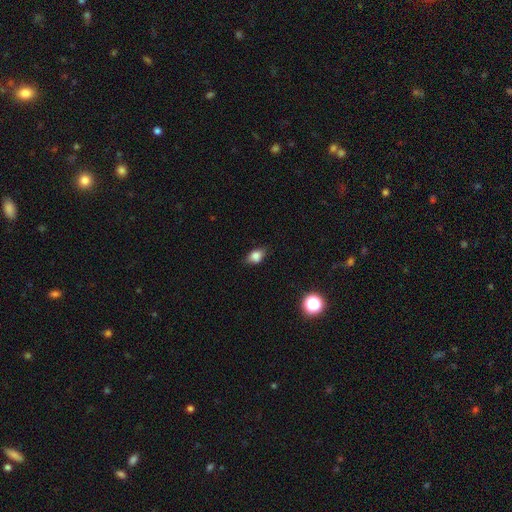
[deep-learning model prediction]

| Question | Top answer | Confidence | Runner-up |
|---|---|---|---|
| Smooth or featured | smooth | 81% | star or artifact (10%) |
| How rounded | in between | 79% | round (18%) |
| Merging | none | 76% | minor disturbance (19%) |